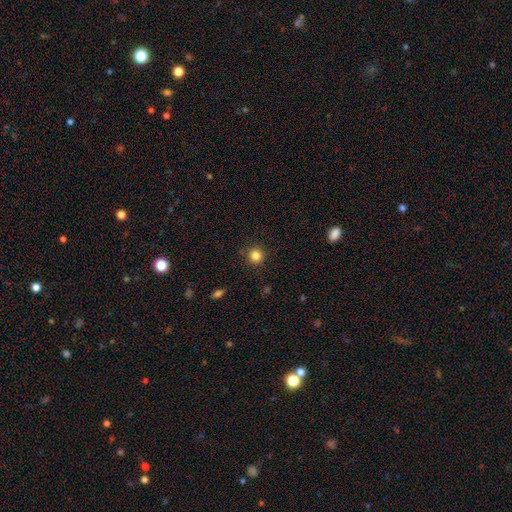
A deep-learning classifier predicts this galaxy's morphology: Smooth or featured?
  - smooth: 83% *
  - star or artifact: 12%
  - featured or disk: 5%
How rounded?
  - round: 94% *
  - in between: 5%
  - cigar-shaped: 1%
Merging?
  - none: 89% *
  - minor disturbance: 7%
  - major disturbance: 2%
  - merger: 2%